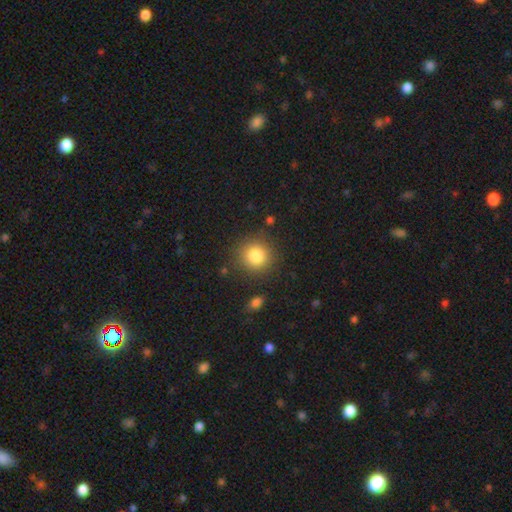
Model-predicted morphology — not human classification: smooth 83%, star or artifact 10%, featured or disk 7%. Down the decision tree: how rounded — round (89%); merging — none (85%).